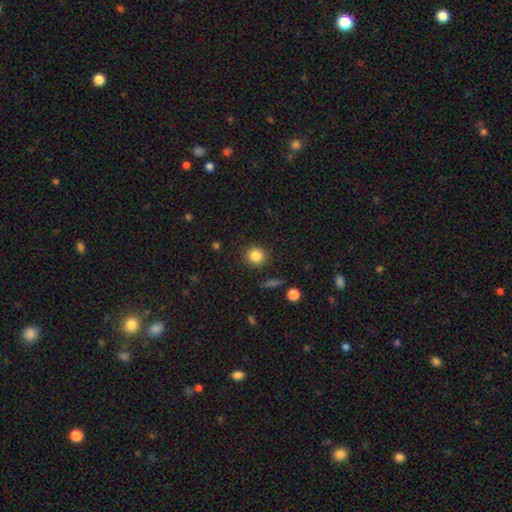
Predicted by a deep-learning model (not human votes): Smooth or featured? smooth (84%)
How rounded? round (89%)
Merging? none (89%)